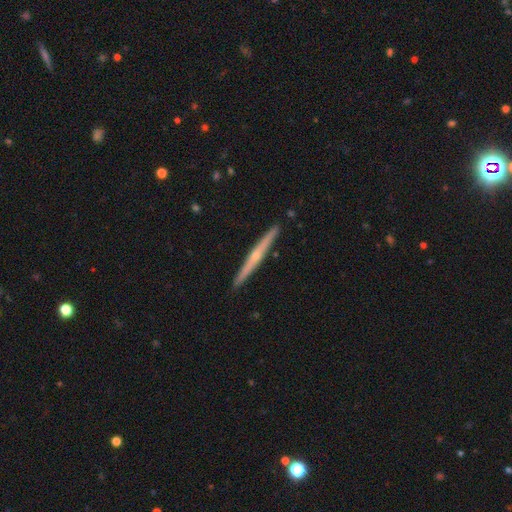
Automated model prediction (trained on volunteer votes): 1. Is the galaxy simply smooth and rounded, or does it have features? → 73% featured or disk, 21% smooth, 6% star or artifact.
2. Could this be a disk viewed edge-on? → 98% yes, 2% no.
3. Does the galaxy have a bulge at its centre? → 72% rounded, 25% none, 3% boxy.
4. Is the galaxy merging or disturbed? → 92% none, 6% minor disturbance, 1% merger, 1% major disturbance.